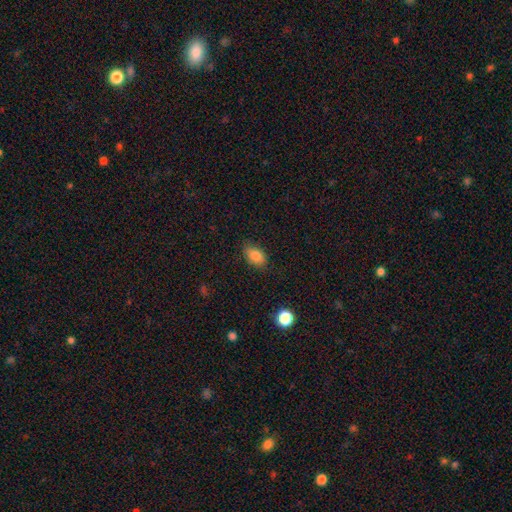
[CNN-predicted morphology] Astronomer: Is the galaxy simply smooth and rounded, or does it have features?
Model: smooth — 84%.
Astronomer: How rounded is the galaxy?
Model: in between — 89%.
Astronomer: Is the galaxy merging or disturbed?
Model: none — 81%.